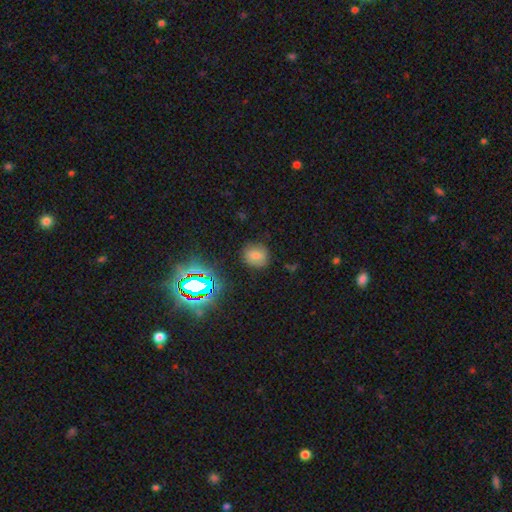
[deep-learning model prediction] Morphology: type=smooth (53%); roundness=round (74%); merging=none (83%).